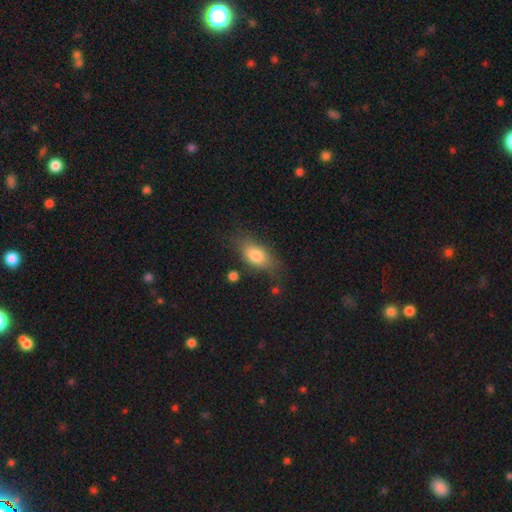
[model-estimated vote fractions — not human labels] A smooth galaxy with no disk features (77%) that is in between round and cigar-shaped (82%). Merging: none (66%).